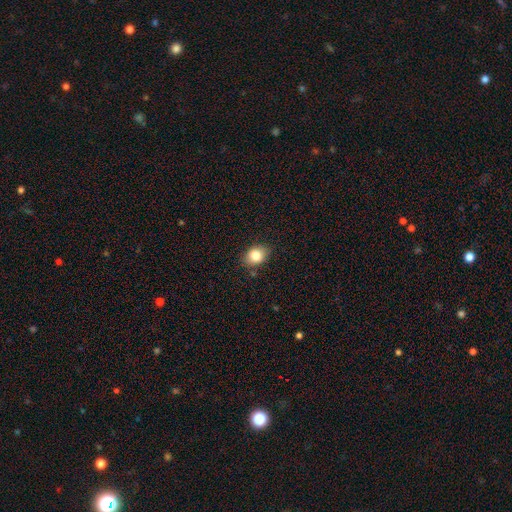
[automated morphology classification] smooth-or-featured: smooth: 81% | star or artifact: 10% | featured or disk: 9%
  how-rounded: in between: 62% | round: 37% | cigar-shaped: 1%
  merging: none: 83% | minor disturbance: 13% | major disturbance: 3% | merger: 2%